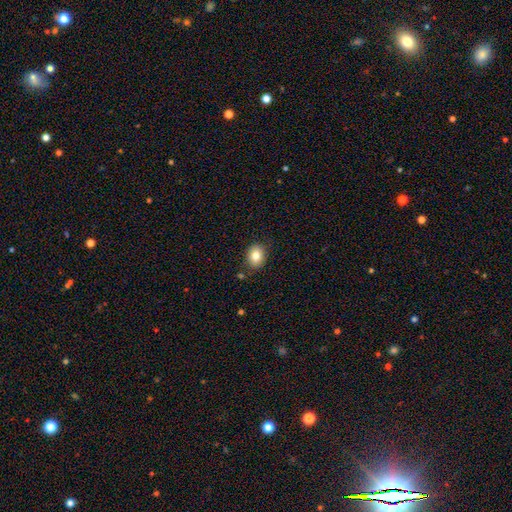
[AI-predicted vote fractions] smooth 82%, star or artifact 9%, featured or disk 8%. Down the decision tree: how rounded — in between (51%); merging — none (85%).